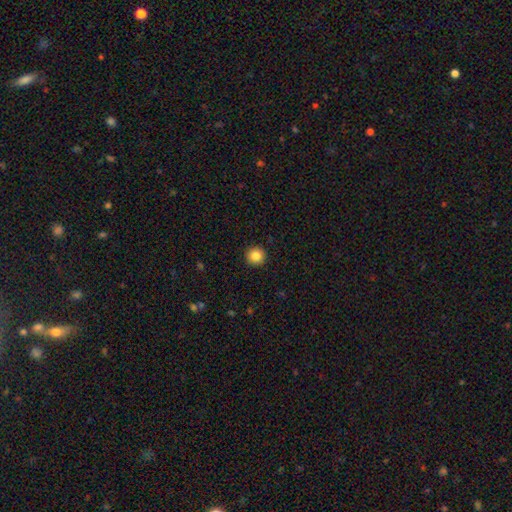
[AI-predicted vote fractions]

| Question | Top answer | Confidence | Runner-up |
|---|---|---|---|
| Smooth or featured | smooth | 85% | star or artifact (10%) |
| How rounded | round | 95% | in between (4%) |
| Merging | none | 93% | minor disturbance (4%) |